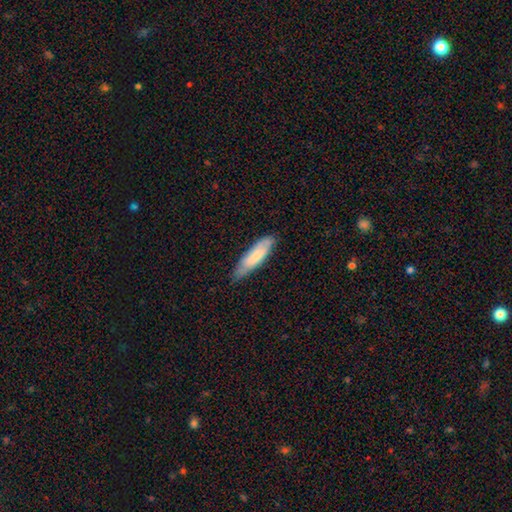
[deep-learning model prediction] Smooth or featured? Predicted: smooth (p=0.72). How rounded? Predicted: cigar-shaped (p=0.64). Merging? Predicted: none (p=0.72).